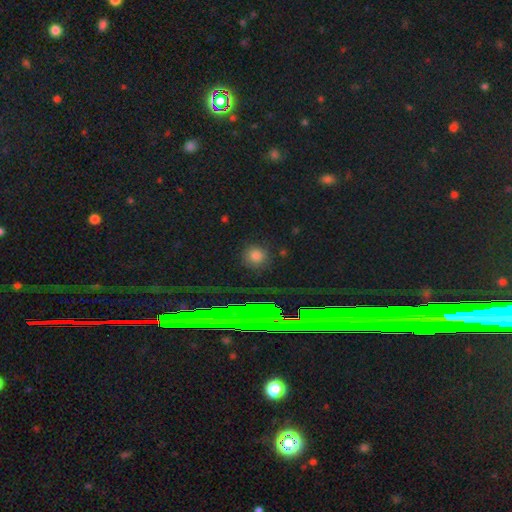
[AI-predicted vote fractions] Smooth or featured: smooth — 66% (star or artifact — 25%)
How rounded: round — 92% (in between — 6%)
Merging: none — 87% (minor disturbance — 8%)